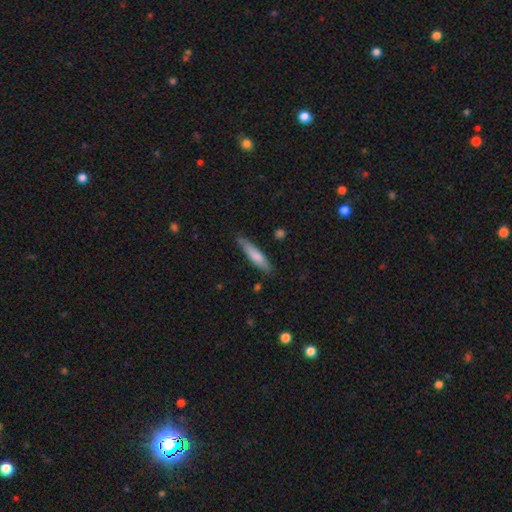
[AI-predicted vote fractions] Morphology: type=smooth (74%); roundness=cigar-shaped (83%); merging=none (79%).